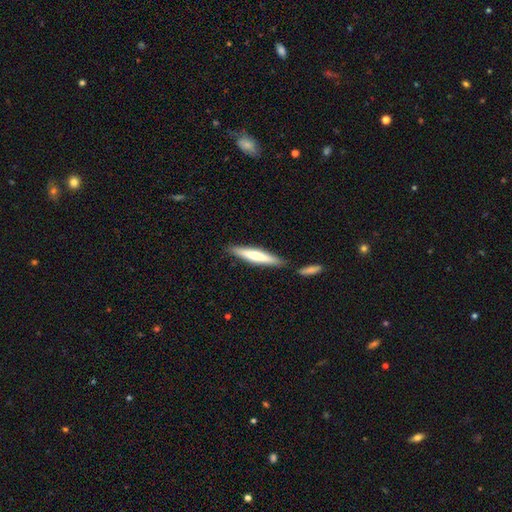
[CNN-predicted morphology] smooth_or_featured: smooth (p=0.61) [alt: featured or disk p=0.34]
how_rounded: cigar-shaped (p=0.90) [alt: in between p=0.09]
merging: none (p=0.80) [alt: minor disturbance p=0.11]